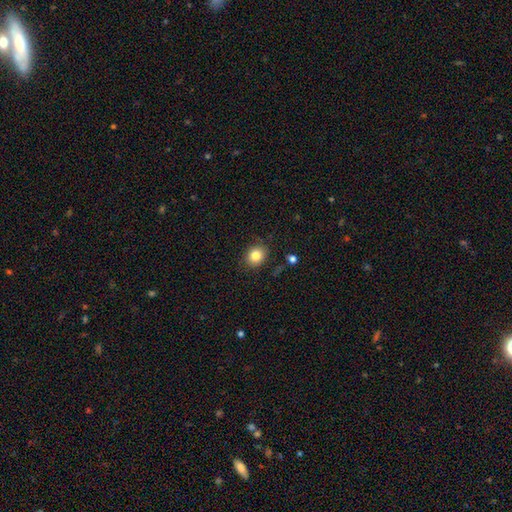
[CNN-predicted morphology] This is clearly a smooth galaxy (83%). How rounded: possibly round (59%). Merging: clearly none (84%).